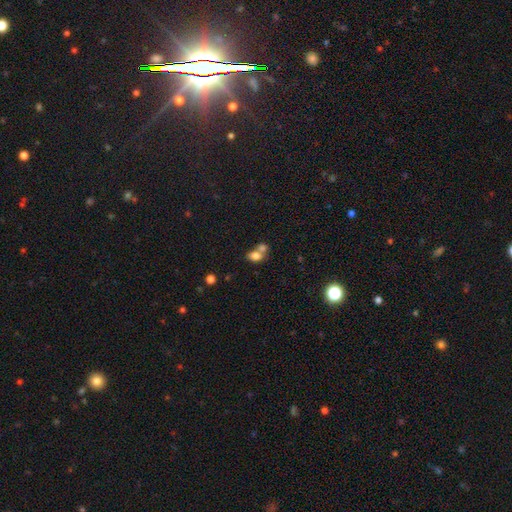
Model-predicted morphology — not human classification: Smooth or featured?
  - smooth: 77% *
  - featured or disk: 13%
  - star or artifact: 11%
How rounded?
  - in between: 73% *
  - round: 26%
  - cigar-shaped: 2%
Merging?
  - merger: 61% *
  - none: 26%
  - minor disturbance: 8%
  - major disturbance: 4%